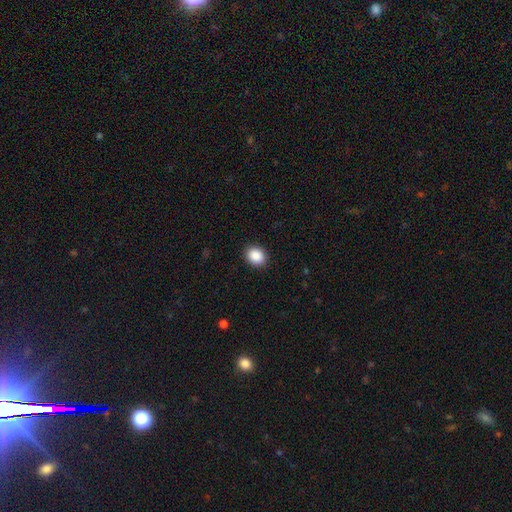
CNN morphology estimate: smooth 89%, star or artifact 8%, featured or disk 3%. Down the decision tree: how rounded — round (54%); merging — none (91%).